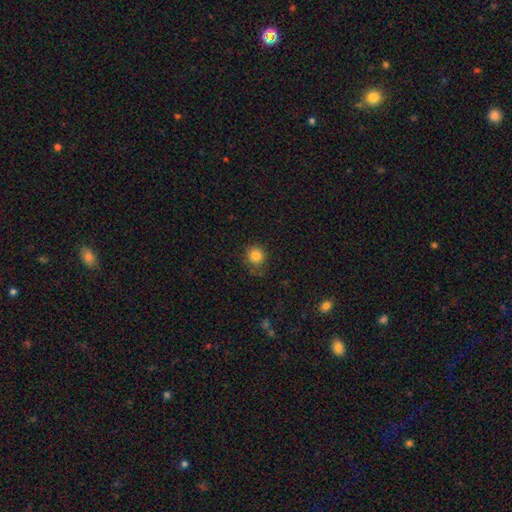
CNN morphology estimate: The model was most divided on "merging": none: 77%, minor disturbance: 16%, major disturbance: 5%, merger: 2%. More confident: how rounded — round (91%); smooth or featured — smooth (83%).